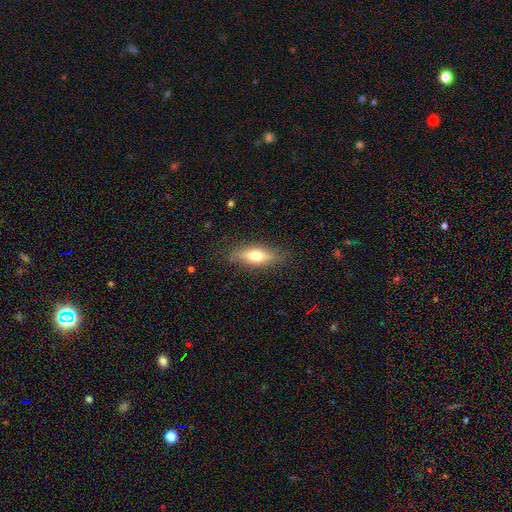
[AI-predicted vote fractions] Smooth or featured? Predicted: smooth (p=0.64). How rounded? Predicted: in between (p=0.55). Merging? Predicted: none (p=0.83).